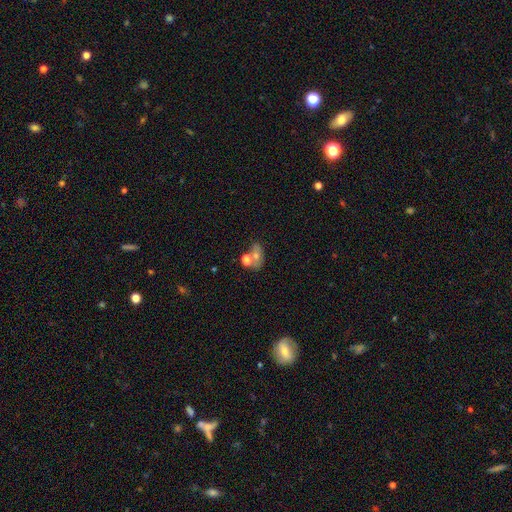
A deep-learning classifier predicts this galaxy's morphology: This is possibly a smooth galaxy (50%). How rounded: likely in between (62%). Merging: marginally none (44%).